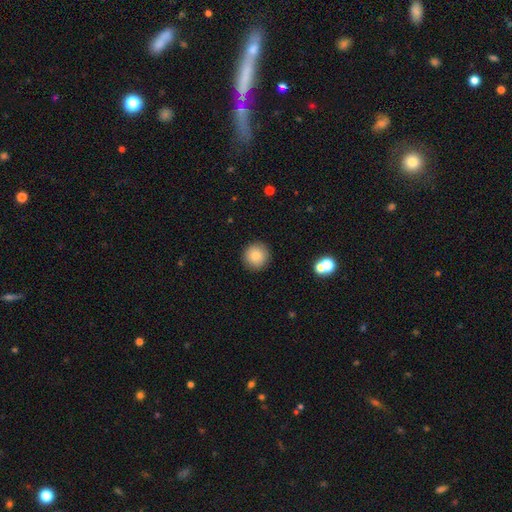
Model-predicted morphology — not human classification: A smooth galaxy with no disk features (83%) that is round (95%). Merging: none (91%).